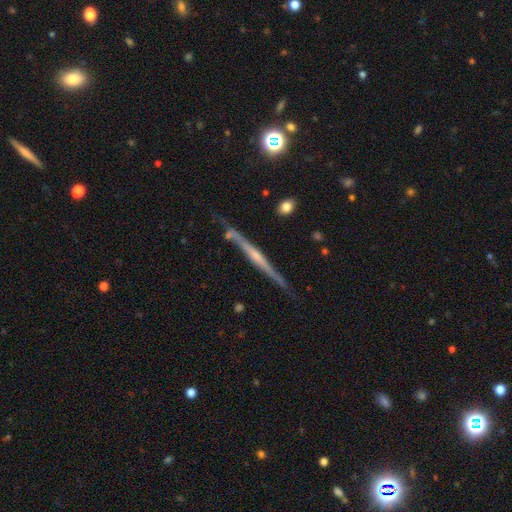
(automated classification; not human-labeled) featured or disk 77%, smooth 16%, star or artifact 6%. Down the decision tree: edge-on disk — yes (97%); edge-on bulge — rounded (48%); merging — none (78%).